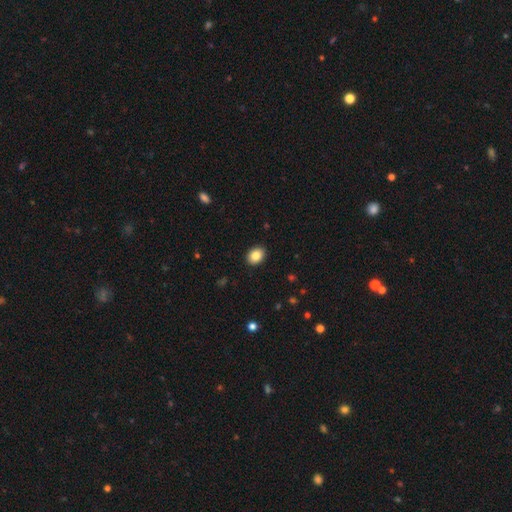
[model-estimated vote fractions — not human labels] Morphology: type=smooth (85%); roundness=in between (65%); merging=none (91%).